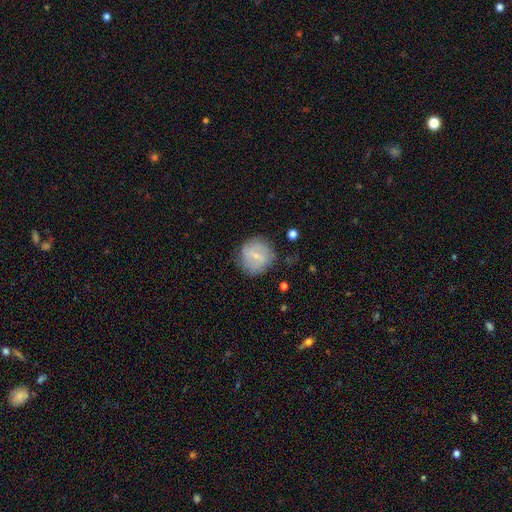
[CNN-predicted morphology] This appears to be a smooth galaxy with no disk features (47%). Merging: none (76%).